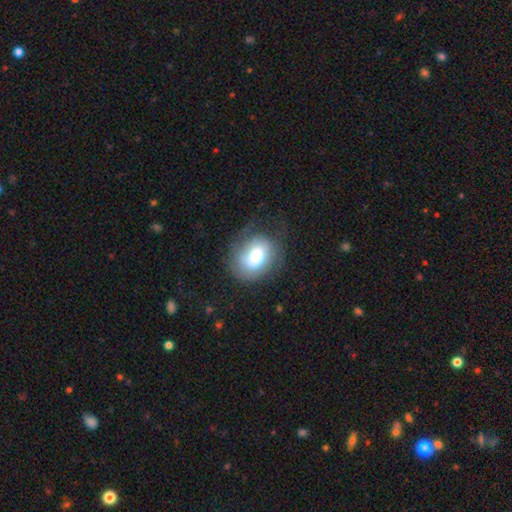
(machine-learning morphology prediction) A smooth galaxy with no disk features (63%) that is in between round and cigar-shaped (58%). Merging: none (61%).